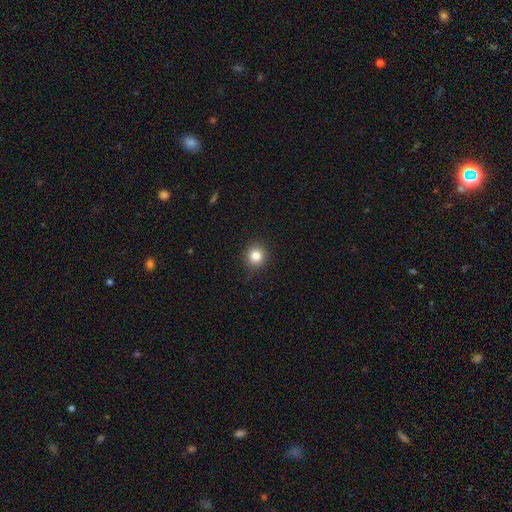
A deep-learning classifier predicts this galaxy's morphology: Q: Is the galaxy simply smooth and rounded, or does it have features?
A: smooth — 83%.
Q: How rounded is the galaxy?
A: round — 91%.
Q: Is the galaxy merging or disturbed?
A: none — 89%.